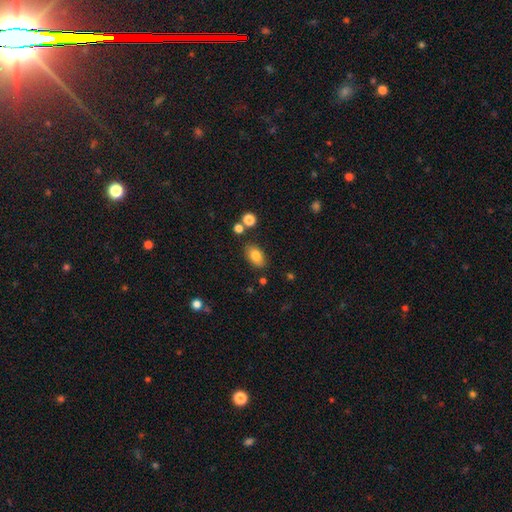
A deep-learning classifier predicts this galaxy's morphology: Q: Smooth or featured?
A: smooth (82%); runner-up: star or artifact (9%)
Q: How rounded?
A: in between (89%); runner-up: round (9%)
Q: Merging?
A: none (81%); runner-up: minor disturbance (11%)